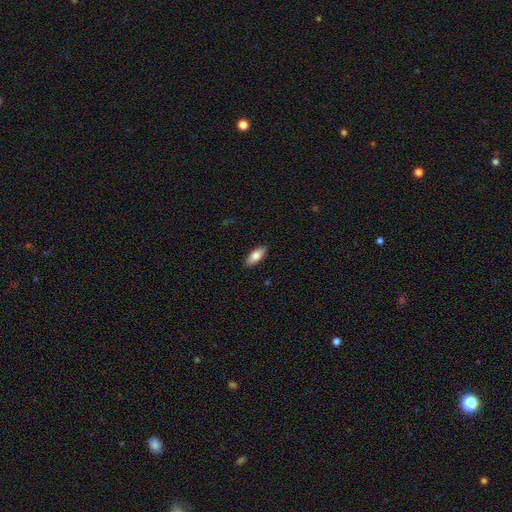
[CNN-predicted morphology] A smooth galaxy with no disk features (79%) that is in between round and cigar-shaped (80%). Merging: none (89%).